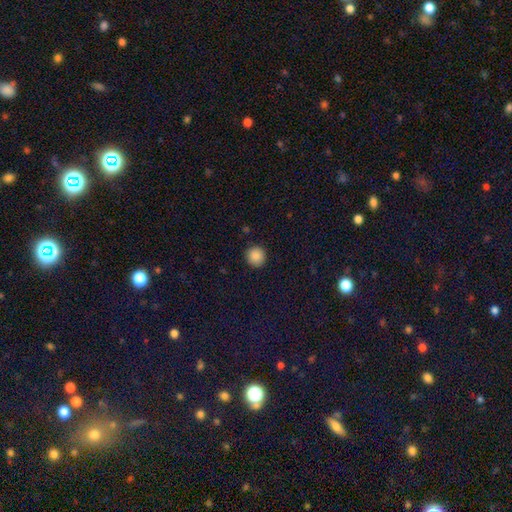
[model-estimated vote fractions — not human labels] smooth 88%, star or artifact 9%, featured or disk 3%. Down the decision tree: how rounded — round (94%); merging — none (91%).